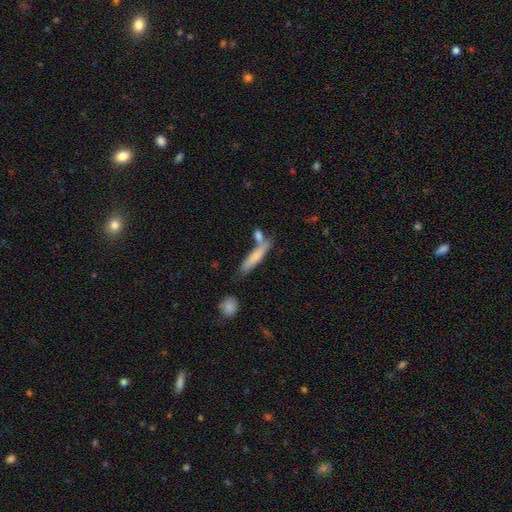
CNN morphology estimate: smooth_or_featured: smooth (p=0.72) [alt: featured or disk p=0.21]
how_rounded: cigar-shaped (p=0.81) [alt: in between p=0.17]
merging: none (p=0.57) [alt: merger p=0.22]